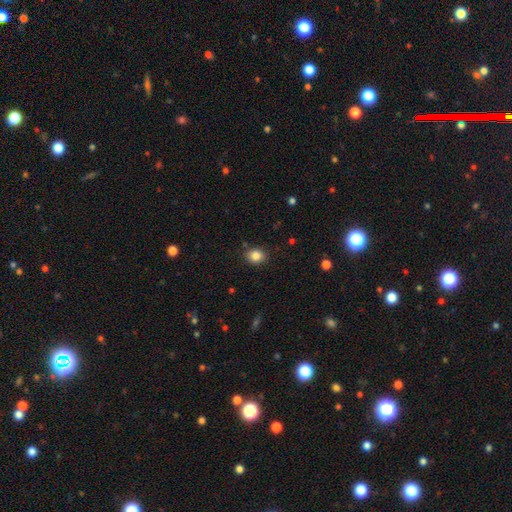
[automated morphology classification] The model was most divided on "how rounded": round: 62%, in between: 37%, cigar-shaped: 1%. More confident: merging — none (85%); smooth or featured — smooth (84%).